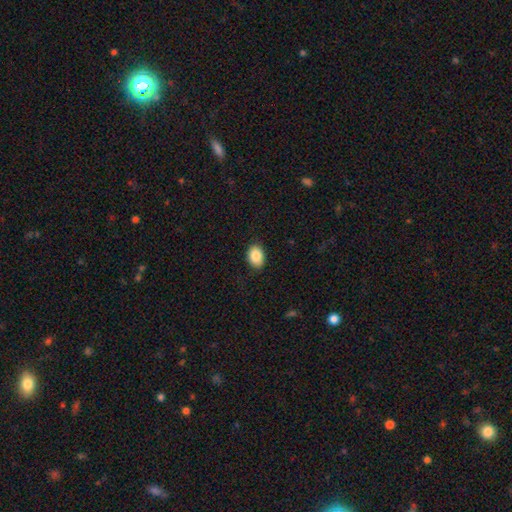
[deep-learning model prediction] Smooth or featured? smooth (87%)
How rounded? in between (77%)
Merging? none (87%)